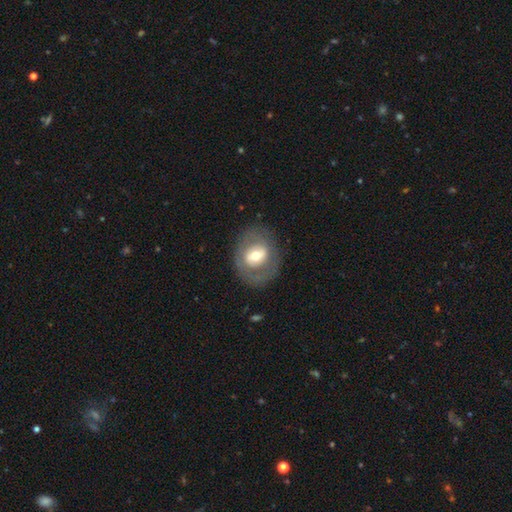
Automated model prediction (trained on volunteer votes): The model was most divided on "smooth or featured": featured or disk: 49%, smooth: 44%, star or artifact: 7%. More confident: merging — none (75%).